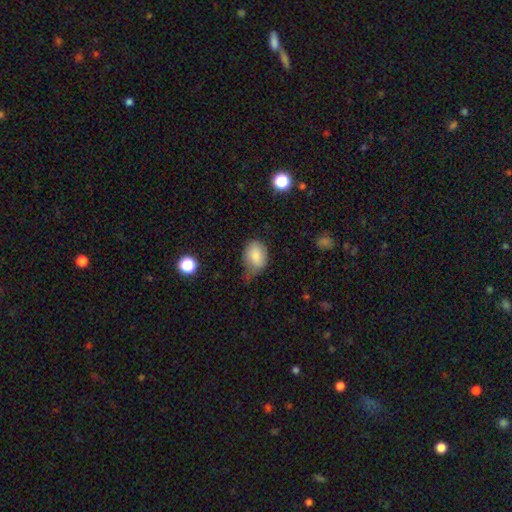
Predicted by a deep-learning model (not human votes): Overall: smooth (81%). How rounded: in between (76%). Merging: minor disturbance (43%; none 33%).